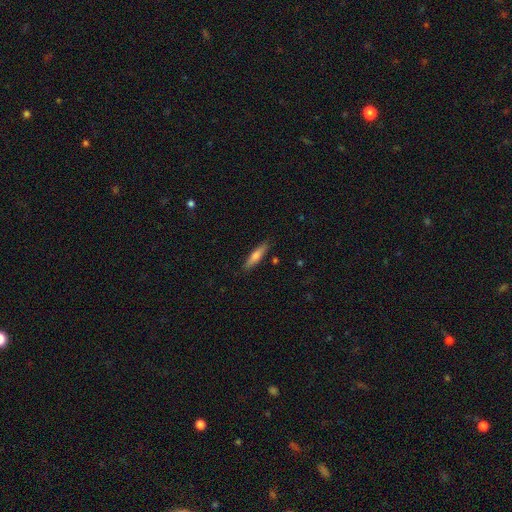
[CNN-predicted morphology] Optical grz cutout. It shows a smooth galaxy with no disk features (66%) that is cigar-shaped (80%). Merging: none (87%).